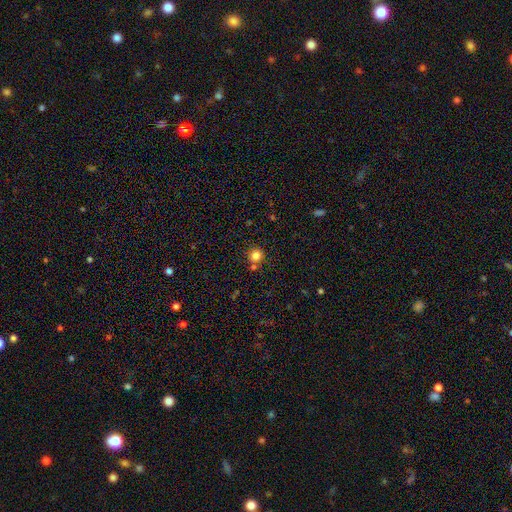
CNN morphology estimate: Smooth or featured?
  - smooth: 82% *
  - star or artifact: 13%
  - featured or disk: 5%
How rounded?
  - round: 90% *
  - in between: 9%
  - cigar-shaped: 1%
Merging?
  - none: 73% *
  - merger: 14%
  - minor disturbance: 10%
  - major disturbance: 3%